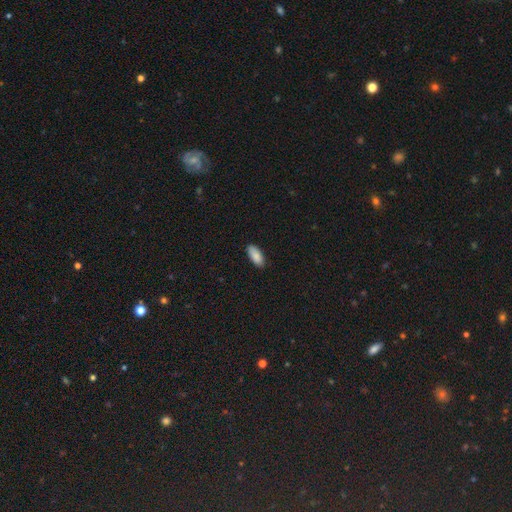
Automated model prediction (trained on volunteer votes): Smooth or featured? smooth (88%)
How rounded? in between (87%)
Merging? none (86%)